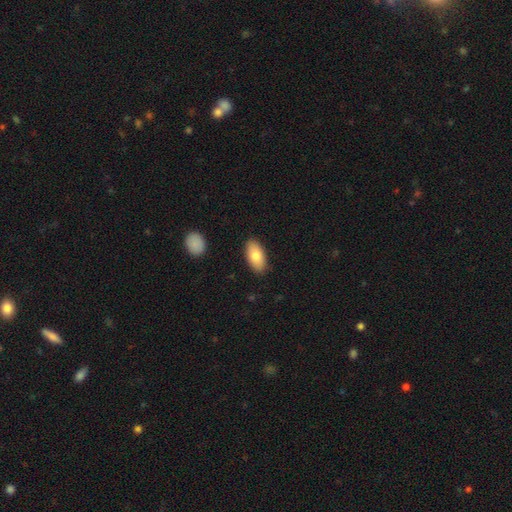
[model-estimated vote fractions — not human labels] This appears to be a smooth galaxy with no disk features (78%) that is in between round and cigar-shaped (93%). Merging: none (88%).